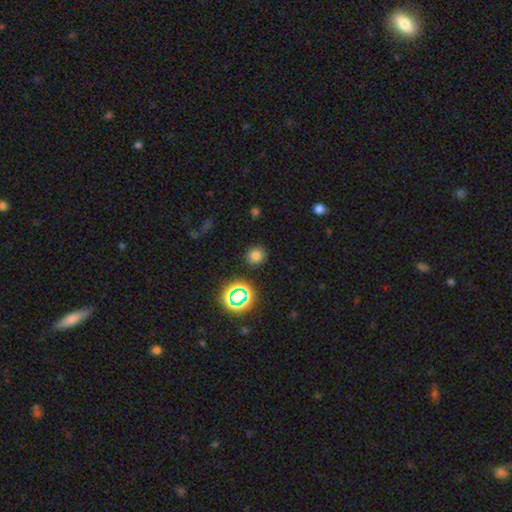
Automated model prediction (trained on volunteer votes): This appears to be a smooth galaxy with no disk features (73%) that is round (91%). Merging: none (89%).